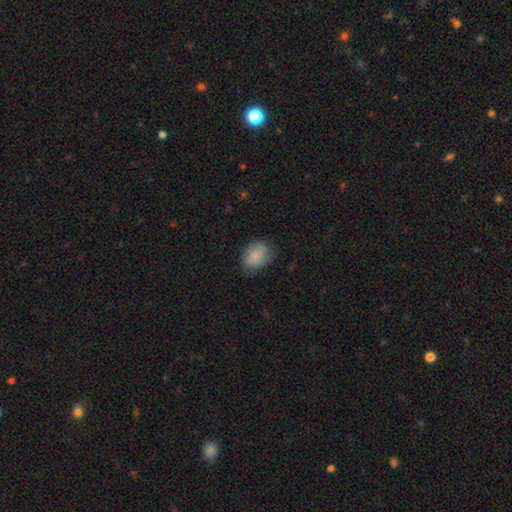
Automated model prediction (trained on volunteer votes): Smooth or featured?
  - smooth: 84% *
  - featured or disk: 9%
  - star or artifact: 7%
How rounded?
  - in between: 66% *
  - round: 33%
  - cigar-shaped: 1%
Merging?
  - none: 72% *
  - minor disturbance: 21%
  - major disturbance: 5%
  - merger: 1%